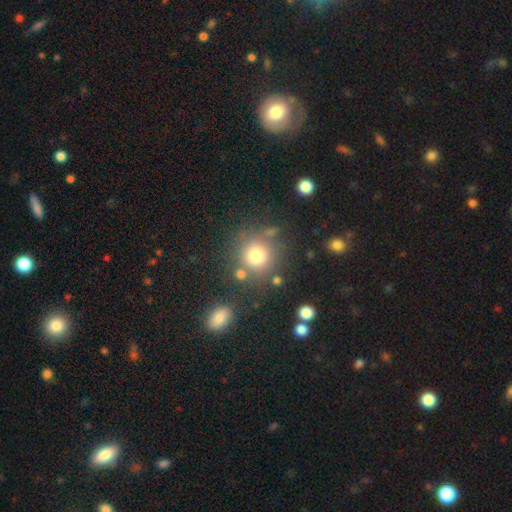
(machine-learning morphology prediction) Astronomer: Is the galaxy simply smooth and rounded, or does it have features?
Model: smooth — 75%.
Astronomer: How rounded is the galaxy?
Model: round — 91%.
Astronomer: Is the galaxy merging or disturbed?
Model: none — 72%.